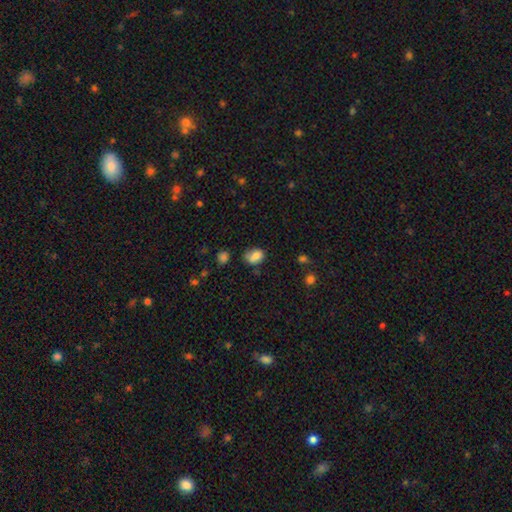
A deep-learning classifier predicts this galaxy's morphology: This appears to be a smooth galaxy with no disk features (78%) that is in between round and cigar-shaped (66%). Merging: none (55%).